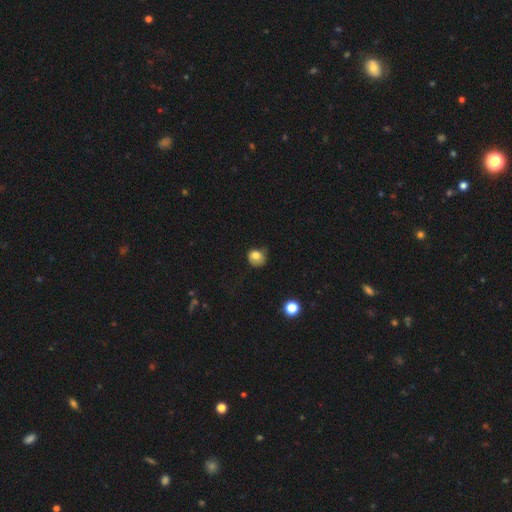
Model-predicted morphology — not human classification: A smooth galaxy with no disk features (79%) that is round (73%). Merging: none (48%).